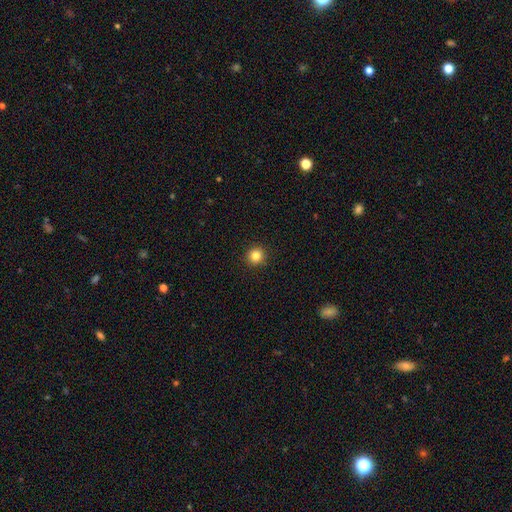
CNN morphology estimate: smooth_or_featured: smooth (p=0.83) [alt: star or artifact p=0.12]
how_rounded: round (p=0.95) [alt: in between p=0.05]
merging: none (p=0.93) [alt: minor disturbance p=0.04]